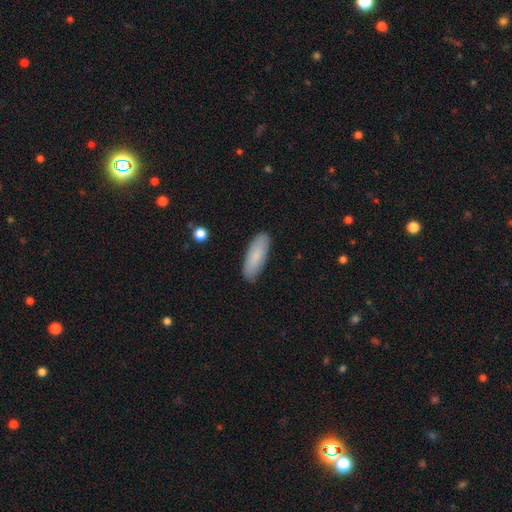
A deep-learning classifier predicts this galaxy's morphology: The model was most divided on "how rounded": in between: 62%, cigar-shaped: 36%, round: 2%. More confident: merging — none (88%); smooth or featured — smooth (84%).